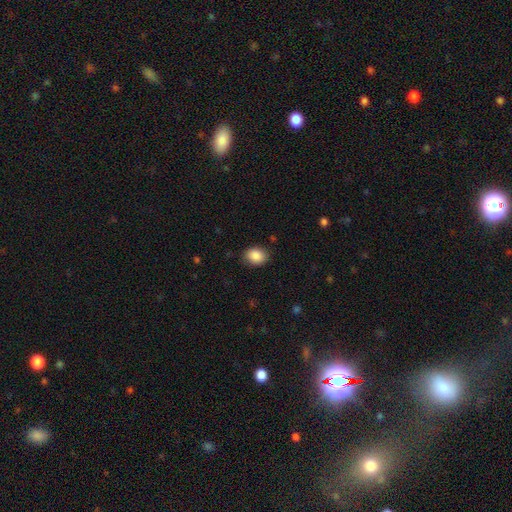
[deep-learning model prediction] Smooth or featured? Predicted: smooth (p=0.88). How rounded? Predicted: in between (p=0.59). Merging? Predicted: none (p=0.85).